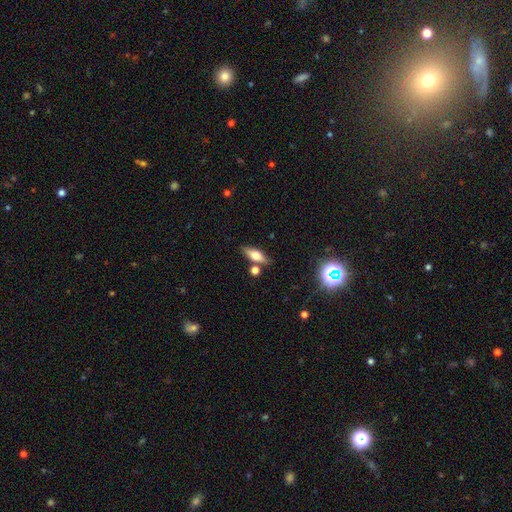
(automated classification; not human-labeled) Smooth or featured? smooth (55%)
How rounded? in between (60%)
Merging? none (77%)